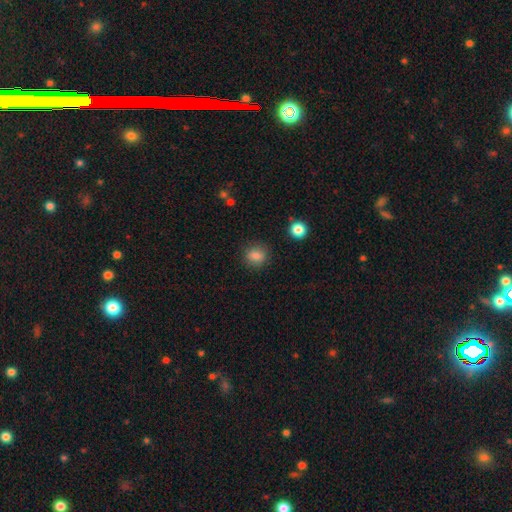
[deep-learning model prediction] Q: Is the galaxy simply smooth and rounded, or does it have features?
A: smooth — 85%.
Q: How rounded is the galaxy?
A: round — 71%.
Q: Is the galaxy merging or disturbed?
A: none — 85%.